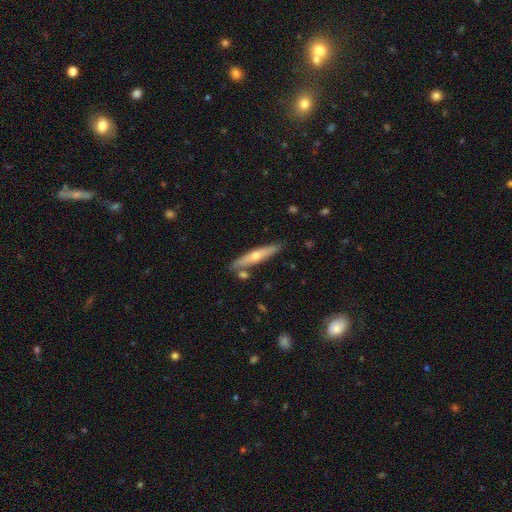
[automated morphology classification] featured or disk 53%, smooth 40%, star or artifact 6%. Down the decision tree: edge-on disk — yes (91%); merging — none (82%).